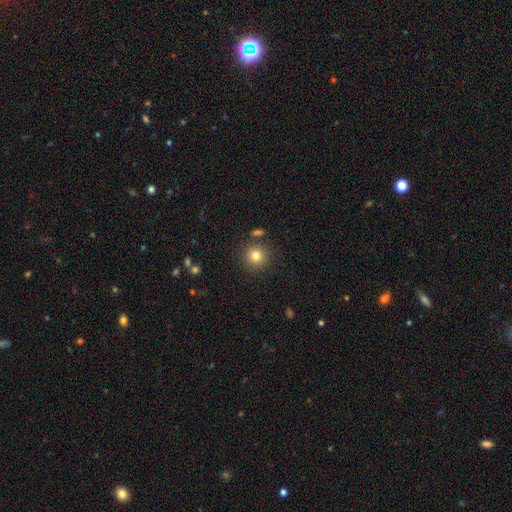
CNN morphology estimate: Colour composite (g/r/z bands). It shows a smooth galaxy with no disk features (81%) that is round (94%). Merging: none (85%).